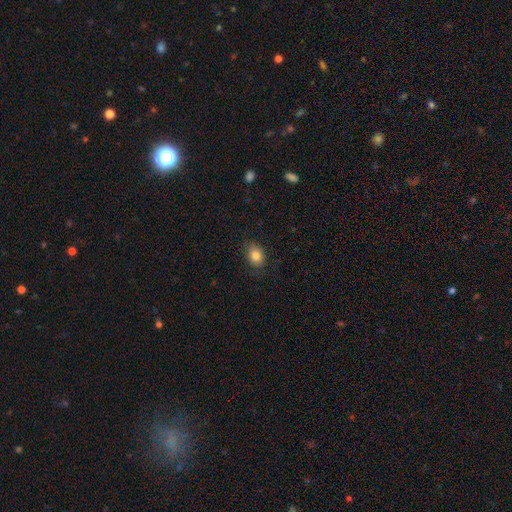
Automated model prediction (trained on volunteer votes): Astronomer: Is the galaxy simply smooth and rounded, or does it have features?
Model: smooth — 84%.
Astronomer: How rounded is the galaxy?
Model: in between — 64%.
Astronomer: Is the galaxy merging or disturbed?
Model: none — 82%.